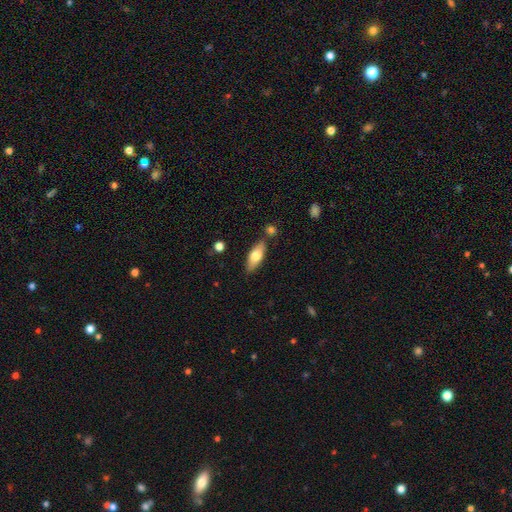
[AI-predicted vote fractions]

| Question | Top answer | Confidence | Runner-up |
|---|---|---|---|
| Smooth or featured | smooth | 68% | featured or disk (26%) |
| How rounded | in between | 69% | cigar-shaped (29%) |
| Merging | none | 78% | minor disturbance (12%) |